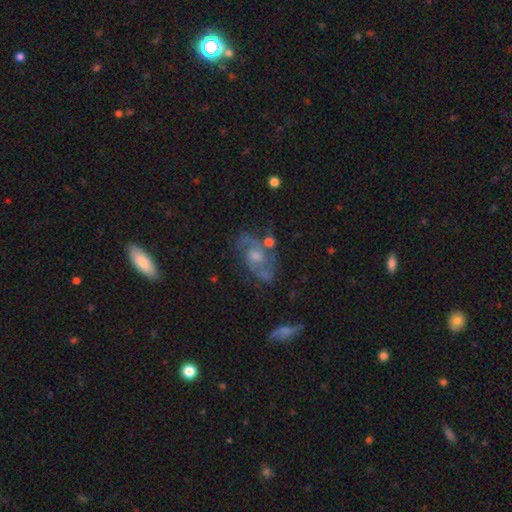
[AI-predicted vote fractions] Smooth or featured? featured or disk (80%)
Edge-on disk? no (96%)
Bar? no (61%)
Spiral arms? yes (92%)
Spiral winding? medium (54%)
Spiral arm count? 2 (81%)
Bulge size? moderate (53%)
Merging? none (67%)